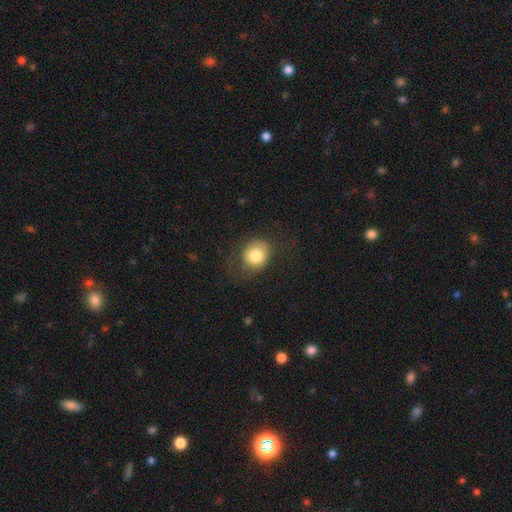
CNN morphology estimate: The model was most divided on "how rounded": round: 66%, in between: 33%, cigar-shaped: 1%. More confident: smooth or featured — smooth (78%); merging — none (62%).